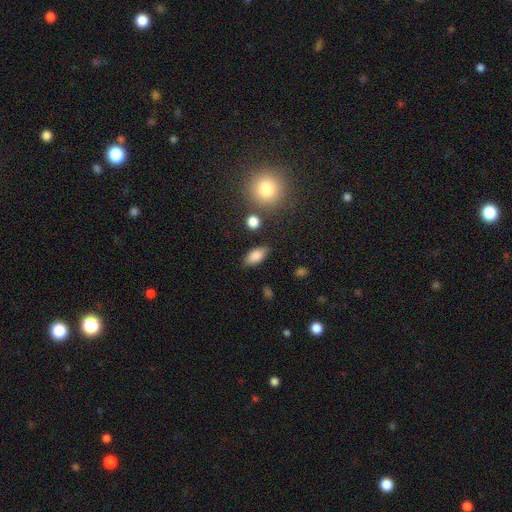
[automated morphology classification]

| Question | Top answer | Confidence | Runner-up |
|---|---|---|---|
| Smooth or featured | smooth | 84% | star or artifact (8%) |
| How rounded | in between | 89% | cigar-shaped (6%) |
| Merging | none | 81% | minor disturbance (13%) |